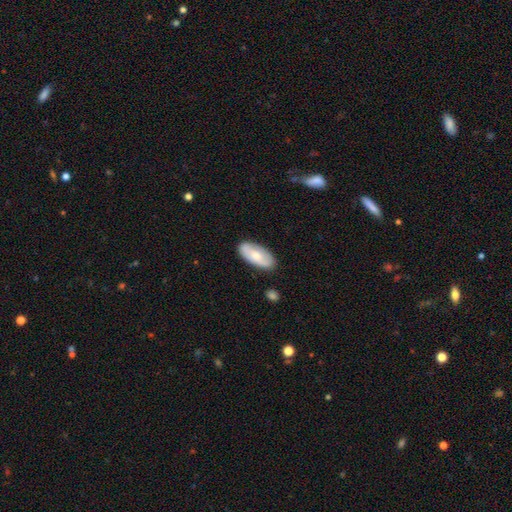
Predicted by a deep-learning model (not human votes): The model was most divided on "smooth or featured": smooth: 60%, featured or disk: 34%, star or artifact: 6%. More confident: how rounded — in between (91%); merging — none (84%).